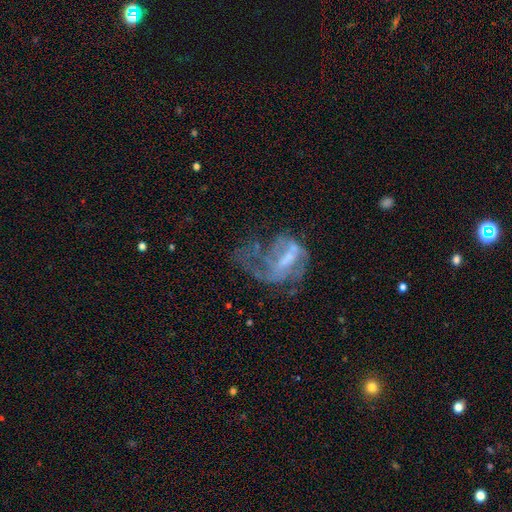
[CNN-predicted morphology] Smooth or featured? Predicted: featured or disk (p=0.63). Edge-on disk? Predicted: no (p=0.94). Bar? Predicted: no (p=0.38). Spiral arms? Predicted: yes (p=0.50, tied with no). Bulge size? Predicted: none (p=0.39). Merging? Predicted: major disturbance (p=0.48).